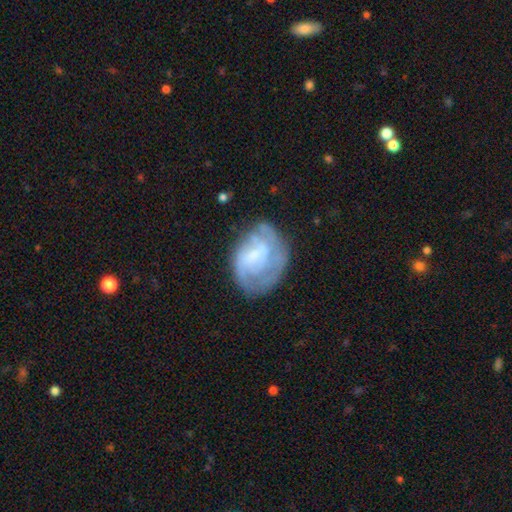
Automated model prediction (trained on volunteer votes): Smooth or featured? Predicted: featured or disk (p=0.60). Edge-on disk? Predicted: no (p=0.98). Bar? Predicted: no (p=0.44). Spiral arms? Predicted: yes (p=0.62). Bulge size? Predicted: small (p=0.35). Merging? Predicted: none (p=0.52).